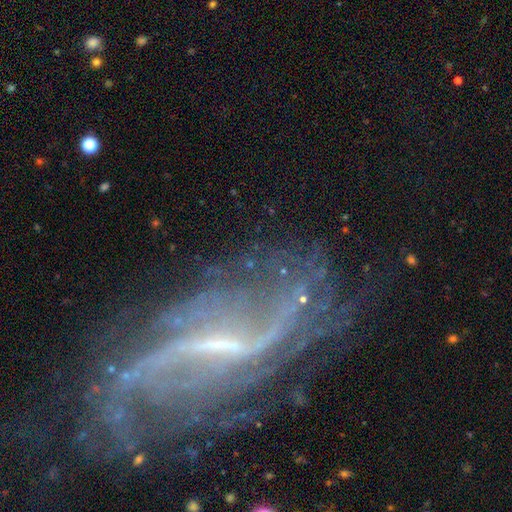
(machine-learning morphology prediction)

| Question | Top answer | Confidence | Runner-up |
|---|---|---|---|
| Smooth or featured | featured or disk | 86% | star or artifact (9%) |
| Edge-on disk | no | 93% | yes (7%) |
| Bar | strong | 60% | weak (29%) |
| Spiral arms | yes | 90% | no (10%) |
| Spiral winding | loose | 58% | medium (28%) |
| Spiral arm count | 2 | 57% | can't tell (19%) |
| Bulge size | small | 51% | none (30%) |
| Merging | none | 55% | major disturbance (22%) |